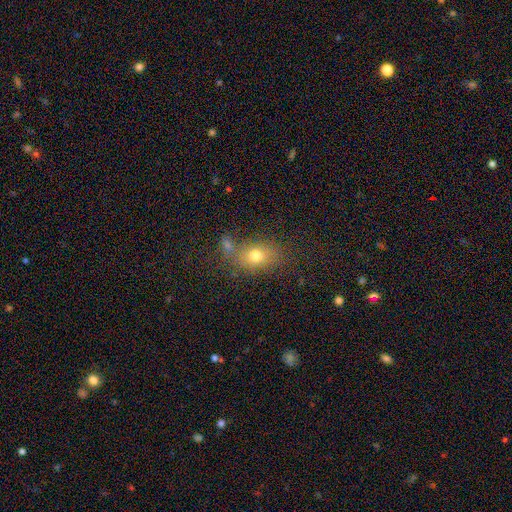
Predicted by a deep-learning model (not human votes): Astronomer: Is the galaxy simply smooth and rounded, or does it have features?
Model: smooth — 73%.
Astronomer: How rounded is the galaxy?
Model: in between — 67%.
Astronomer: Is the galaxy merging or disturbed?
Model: none — 63%.